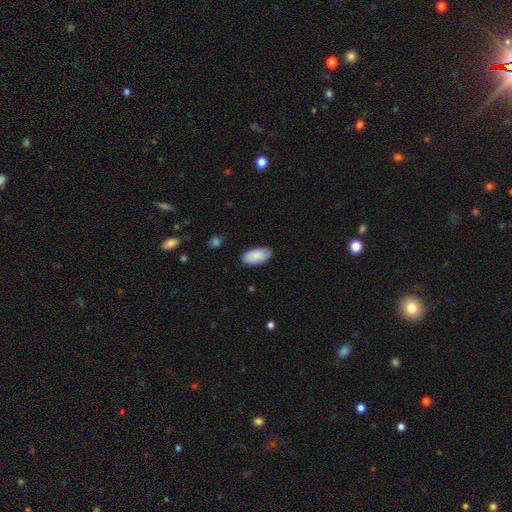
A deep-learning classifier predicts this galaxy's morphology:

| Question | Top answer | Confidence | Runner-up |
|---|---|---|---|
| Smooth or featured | smooth | 89% | star or artifact (6%) |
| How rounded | in between | 95% | cigar-shaped (3%) |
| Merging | none | 87% | minor disturbance (10%) |